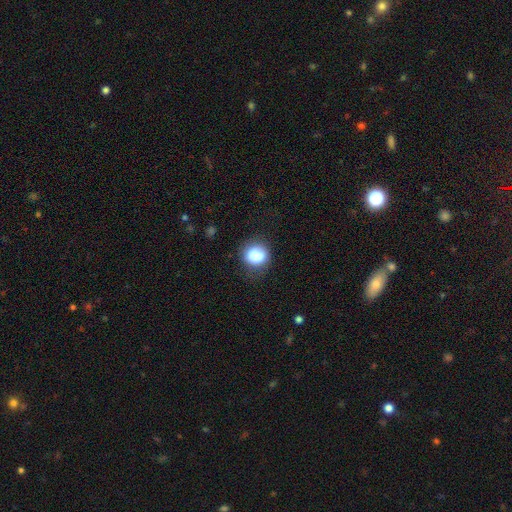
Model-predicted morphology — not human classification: Smooth or featured?
  - smooth: 86% *
  - star or artifact: 9%
  - featured or disk: 6%
How rounded?
  - round: 83% *
  - in between: 16%
  - cigar-shaped: 1%
Merging?
  - none: 71% *
  - minor disturbance: 20%
  - major disturbance: 7%
  - merger: 2%